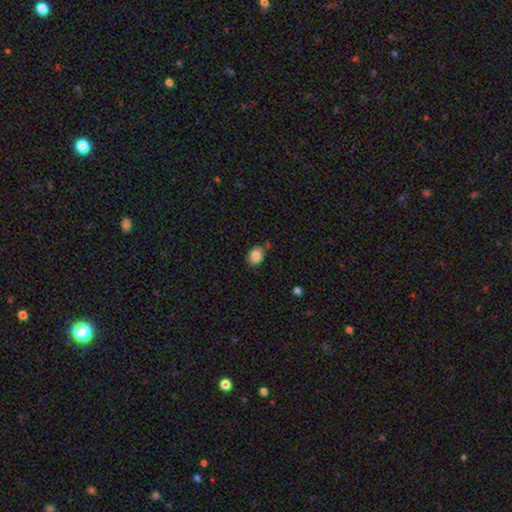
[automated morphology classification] This is clearly a smooth galaxy (86%). How rounded: likely in between (61%). Merging: likely none (70%).